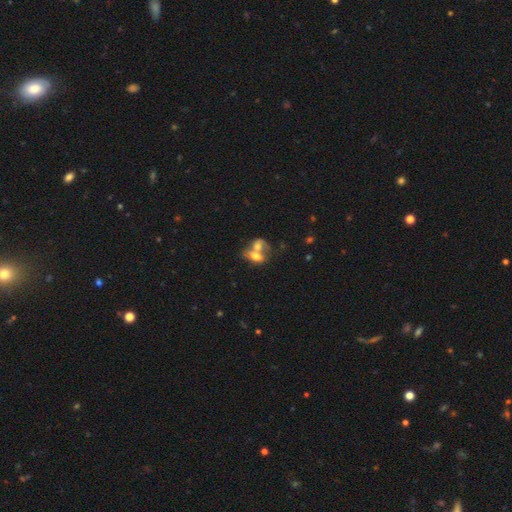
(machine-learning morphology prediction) Smooth or featured? Predicted: smooth (p=0.62). How rounded? Predicted: in between (p=0.76). Merging? Predicted: merger (p=0.75).